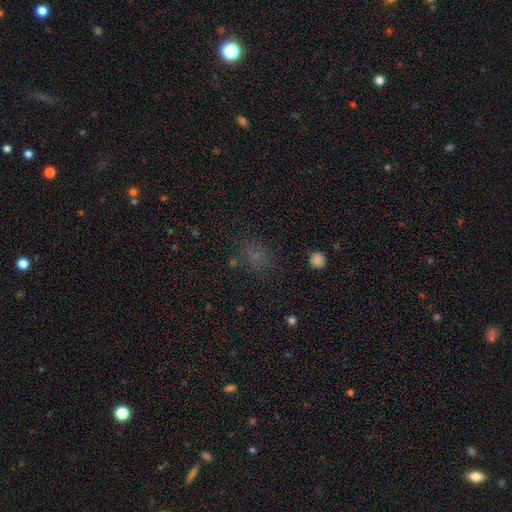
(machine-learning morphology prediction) smooth-or-featured: smooth: 58% | star or artifact: 31% | featured or disk: 10%
  how-rounded: round: 55% | in between: 43% | cigar-shaped: 2%
  merging: none: 74% | minor disturbance: 15% | major disturbance: 7% | merger: 4%